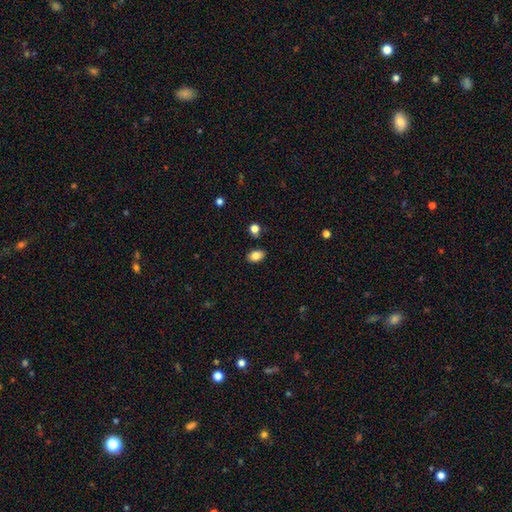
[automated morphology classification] smooth-or-featured: smooth: 84% | star or artifact: 9% | featured or disk: 7%
  how-rounded: in between: 84% | round: 15% | cigar-shaped: 1%
  merging: none: 86% | minor disturbance: 9% | merger: 3% | major disturbance: 2%